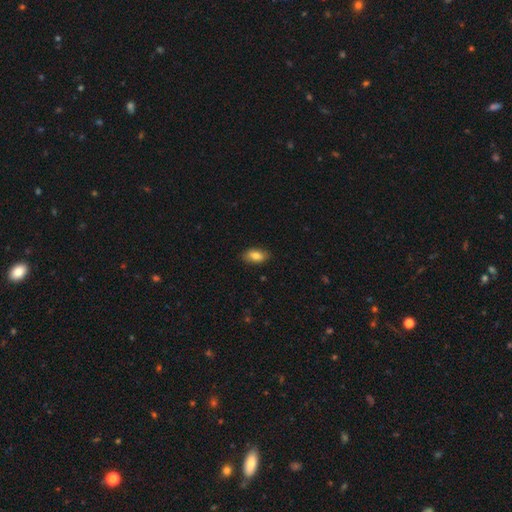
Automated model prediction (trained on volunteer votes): This is clearly a smooth galaxy (83%). How rounded: clearly in between (91%). Merging: clearly none (87%).